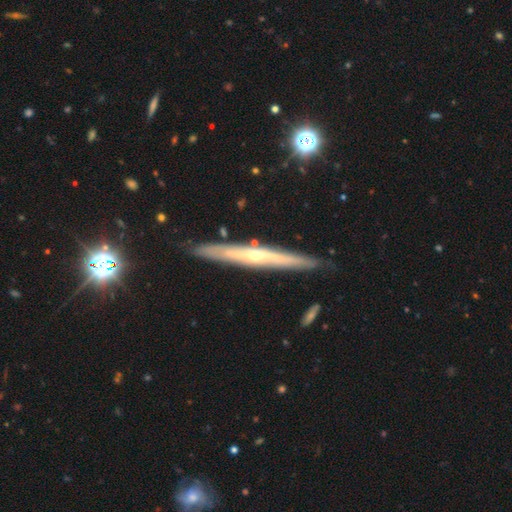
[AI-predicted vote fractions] Smooth or featured: featured or disk — 76% (smooth — 18%)
Edge-on disk: yes — 94% (no — 6%)
Edge-on bulge: rounded — 71% (none — 26%)
Merging: none — 88% (minor disturbance — 9%)